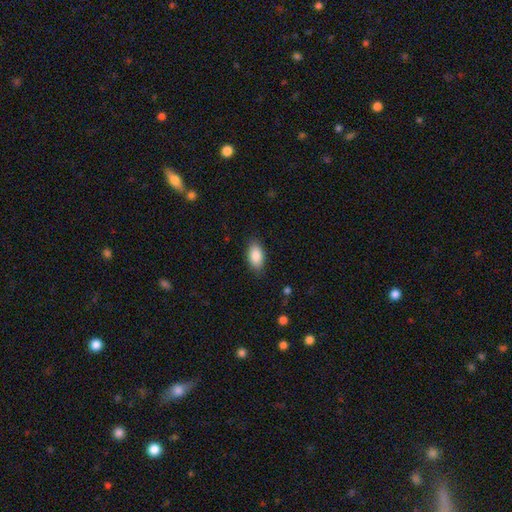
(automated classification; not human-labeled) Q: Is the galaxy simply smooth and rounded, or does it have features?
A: smooth — 87%.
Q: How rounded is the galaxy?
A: in between — 93%.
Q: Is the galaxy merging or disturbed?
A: none — 86%.